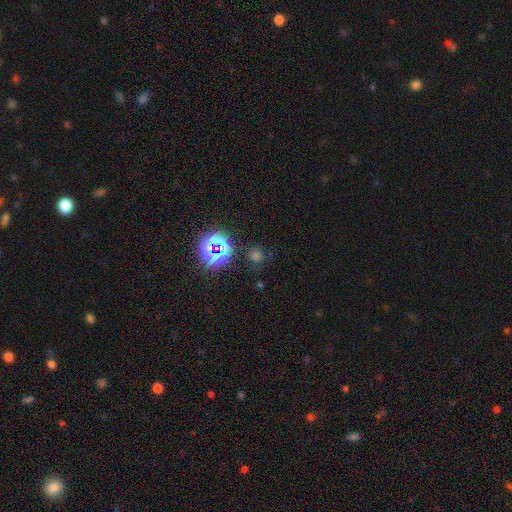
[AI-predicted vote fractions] Overall: star or artifact (49%; smooth 44%).